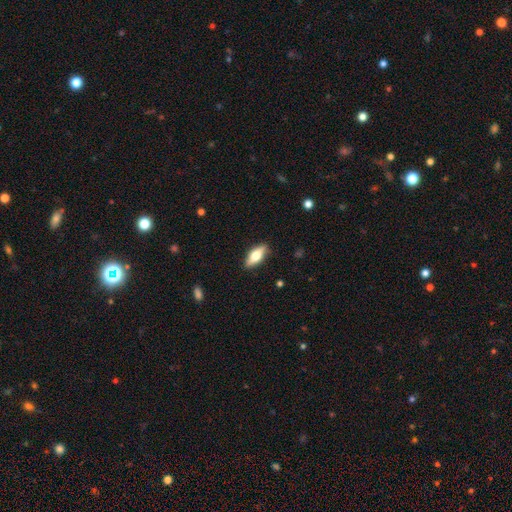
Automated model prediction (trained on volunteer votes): Smooth or featured?
  - smooth: 60% *
  - featured or disk: 34%
  - star or artifact: 6%
How rounded?
  - in between: 74% *
  - cigar-shaped: 23%
  - round: 3%
Merging?
  - none: 87% *
  - minor disturbance: 10%
  - major disturbance: 2%
  - merger: 1%